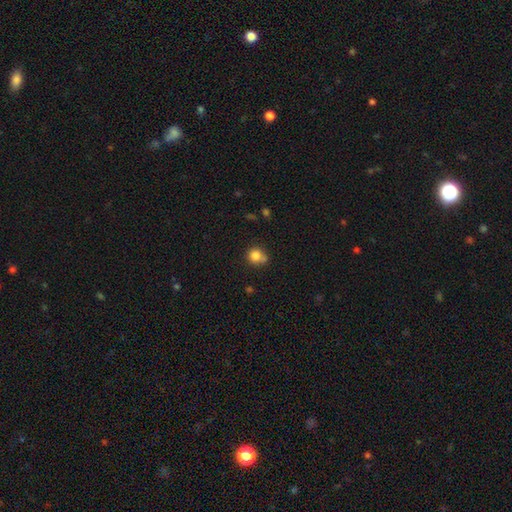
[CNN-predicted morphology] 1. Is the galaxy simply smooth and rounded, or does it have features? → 82% smooth, 11% star or artifact, 7% featured or disk.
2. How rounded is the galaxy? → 85% round, 14% in between, 1% cigar-shaped.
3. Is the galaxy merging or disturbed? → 56% none, 19% minor disturbance, 19% merger, 6% major disturbance.